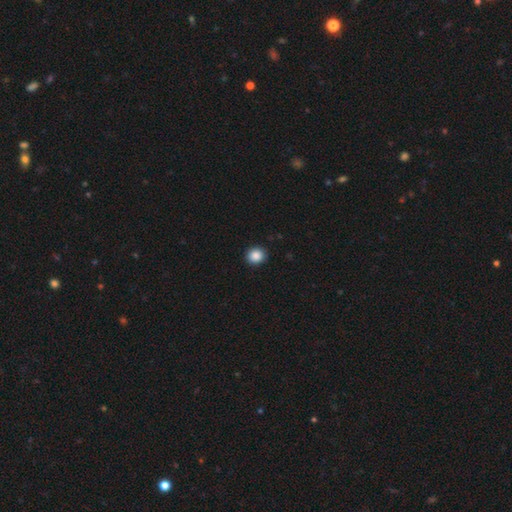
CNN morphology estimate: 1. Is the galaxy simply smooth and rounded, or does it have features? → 88% smooth, 9% star or artifact, 3% featured or disk.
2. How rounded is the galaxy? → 78% round, 21% in between, 1% cigar-shaped.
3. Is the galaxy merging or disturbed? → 91% none, 6% minor disturbance, 2% major disturbance, 1% merger.